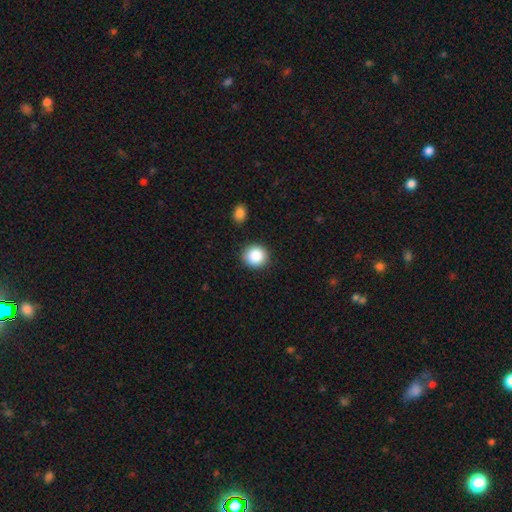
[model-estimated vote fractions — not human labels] A smooth galaxy with no disk features (88%) that is round (90%).

Vote fractions:
- Smooth or featured? smooth: 88% / star or artifact: 8% / featured or disk: 4%
- How rounded? round: 90% / in between: 10% / cigar-shaped: 1%
- Merging? none: 88% / minor disturbance: 8% / major disturbance: 2% / merger: 2%